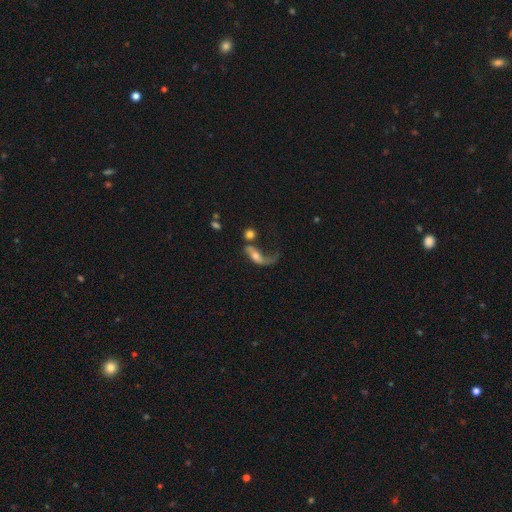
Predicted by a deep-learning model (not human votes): smooth_or_featured: featured or disk (p=0.57) [alt: smooth p=0.34]
disk_edge_on: no (p=0.84) [alt: yes p=0.16]
merging: major disturbance (p=0.38) [alt: none p=0.25]